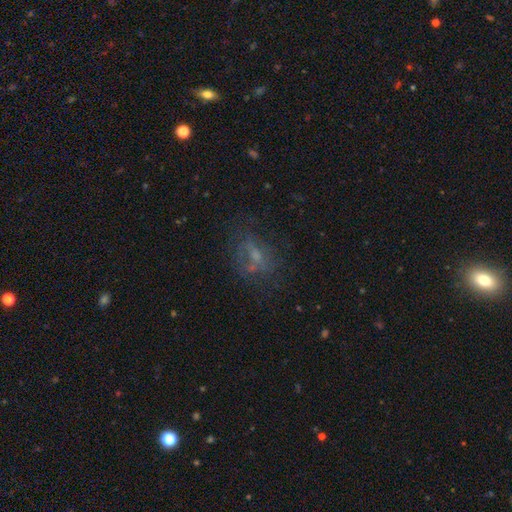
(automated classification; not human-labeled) Smooth or featured: featured or disk — 41% (smooth — 37%)
Merging: none — 53% (major disturbance — 23%)